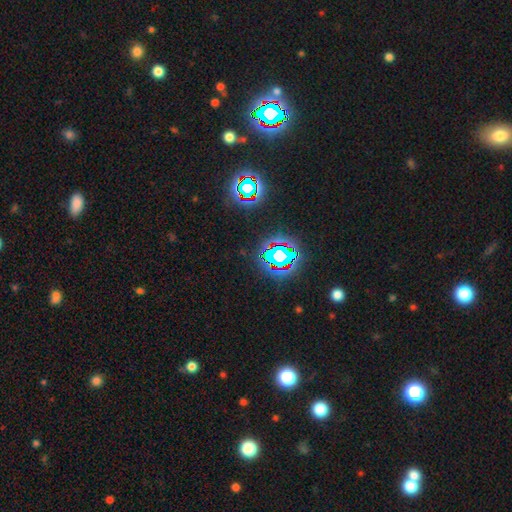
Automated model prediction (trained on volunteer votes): Smooth or featured?
  - star or artifact: 81% *
  - smooth: 11%
  - featured or disk: 8%